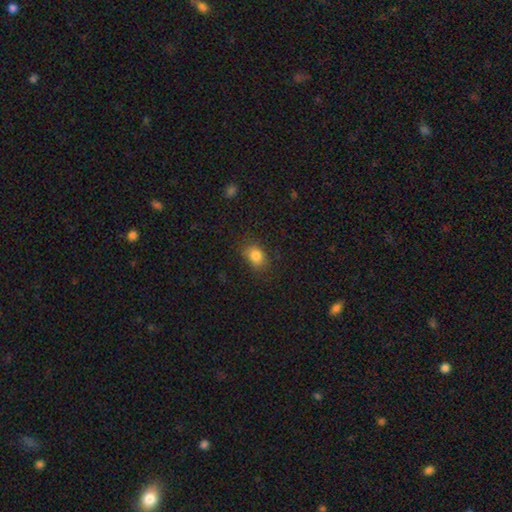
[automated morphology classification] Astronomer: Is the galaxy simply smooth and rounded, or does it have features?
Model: smooth — 82%.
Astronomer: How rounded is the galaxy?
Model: in between — 66%.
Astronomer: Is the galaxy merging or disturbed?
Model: none — 78%.